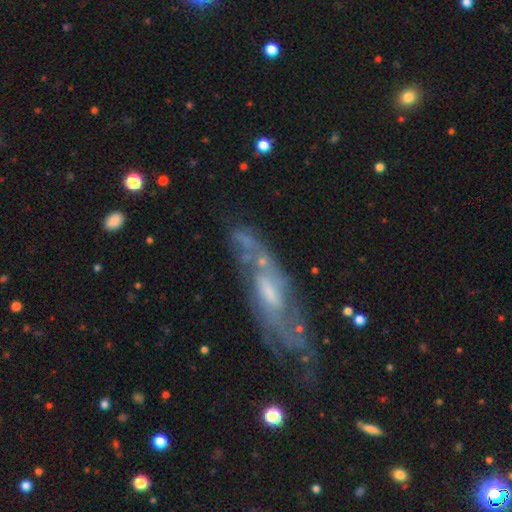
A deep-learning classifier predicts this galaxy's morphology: Smooth or featured? featured or disk (79%)
Edge-on disk? no (77%)
Bar? weak (46%)
Spiral arms? yes (85%)
Spiral winding? medium (44%)
Spiral arm count? can't tell (43%)
Bulge size? moderate (46%)
Merging? none (63%)